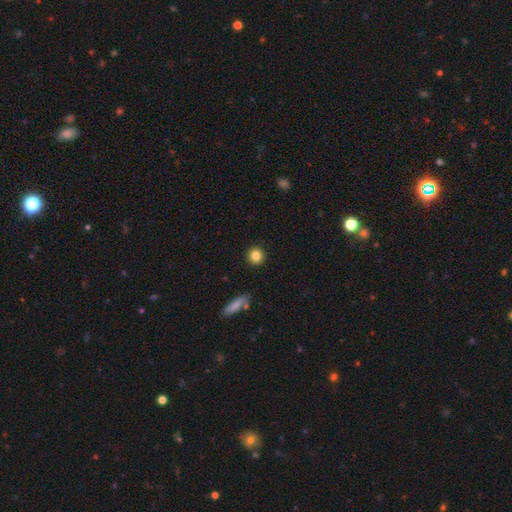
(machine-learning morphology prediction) Smooth or featured? Predicted: smooth (p=0.84). How rounded? Predicted: round (p=0.91). Merging? Predicted: none (p=0.91).